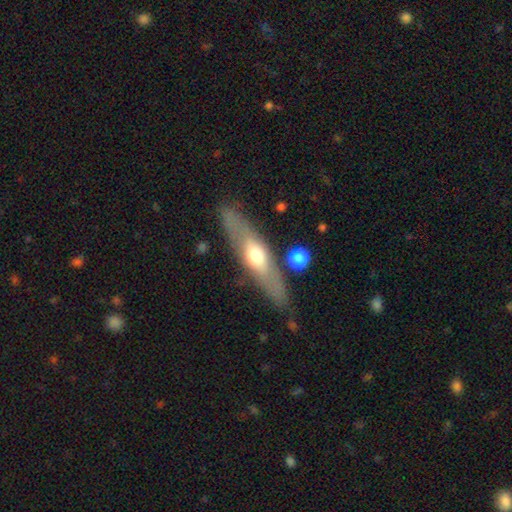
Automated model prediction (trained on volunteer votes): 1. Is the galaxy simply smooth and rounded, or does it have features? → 55% featured or disk, 40% smooth, 6% star or artifact.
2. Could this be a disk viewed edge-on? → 73% yes, 27% no.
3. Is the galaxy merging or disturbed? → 80% none, 12% minor disturbance, 4% major disturbance, 4% merger.